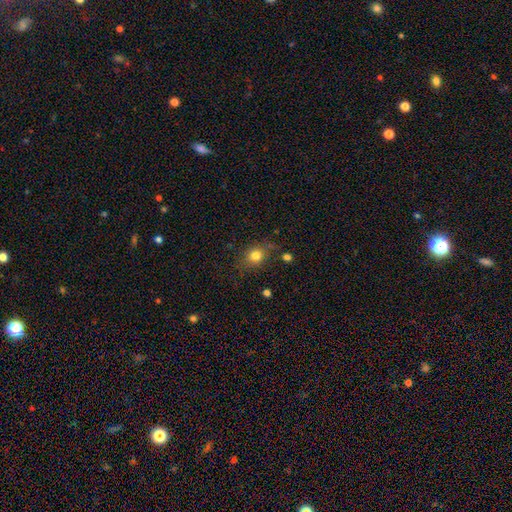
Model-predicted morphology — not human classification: Smooth or featured? smooth (79%)
How rounded? round (64%)
Merging? none (74%)